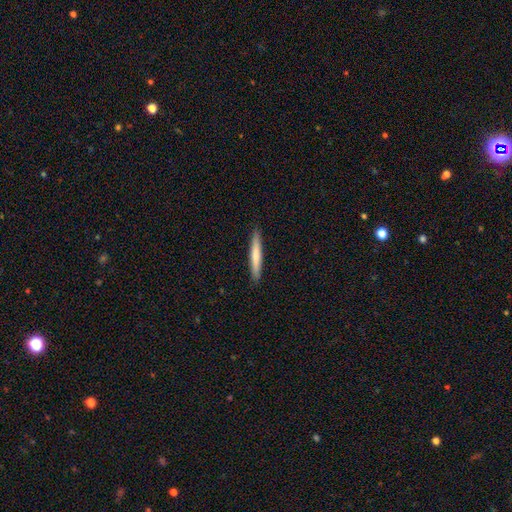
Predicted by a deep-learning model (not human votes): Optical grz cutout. It shows a smooth galaxy with no disk features (69%) that is cigar-shaped (95%). Merging: none (90%).